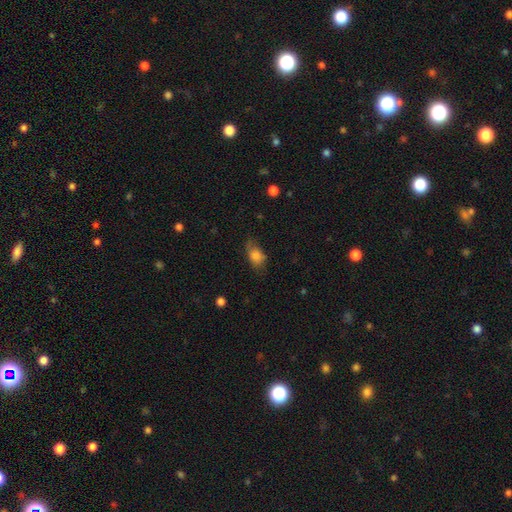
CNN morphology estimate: smooth-or-featured: smooth: 80% | featured or disk: 11% | star or artifact: 9%
  how-rounded: in between: 79% | round: 17% | cigar-shaped: 3%
  merging: none: 53% | minor disturbance: 33% | major disturbance: 13% | merger: 2%